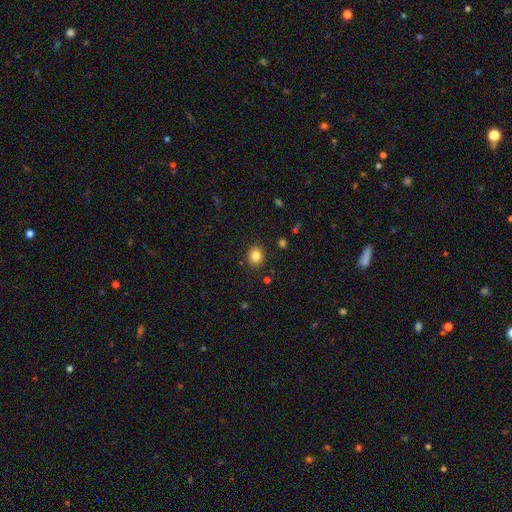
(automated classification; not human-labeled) Smooth or featured: smooth — 83% (star or artifact — 11%)
How rounded: round — 73% (in between — 26%)
Merging: none — 88% (minor disturbance — 8%)